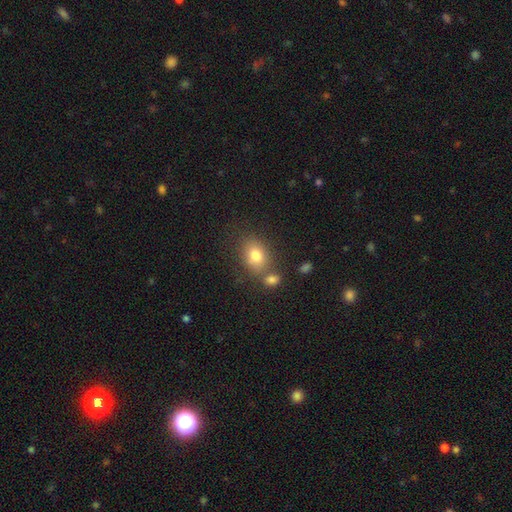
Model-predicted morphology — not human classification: This is likely a smooth galaxy (79%). How rounded: likely in between (63%). Merging: likely none (63%).